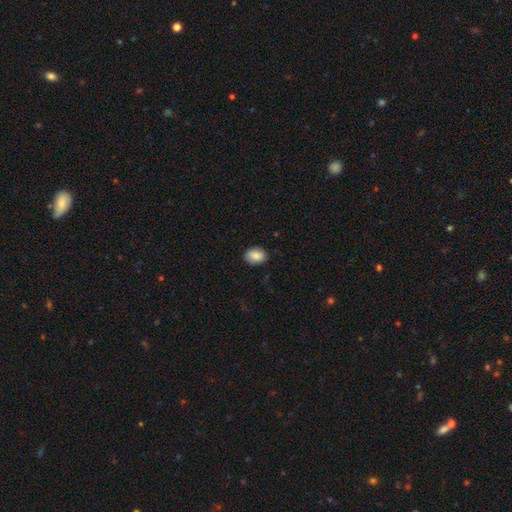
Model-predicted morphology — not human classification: Smooth or featured?
  - smooth: 87% *
  - star or artifact: 7%
  - featured or disk: 6%
How rounded?
  - in between: 80% *
  - round: 19%
  - cigar-shaped: 1%
Merging?
  - none: 86% *
  - minor disturbance: 11%
  - major disturbance: 2%
  - merger: 1%